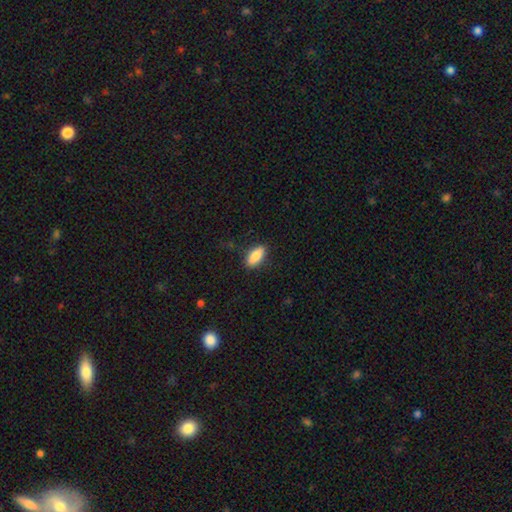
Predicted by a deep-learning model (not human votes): Smooth or featured? Predicted: smooth (p=0.83). How rounded? Predicted: in between (p=0.81). Merging? Predicted: none (p=0.85).